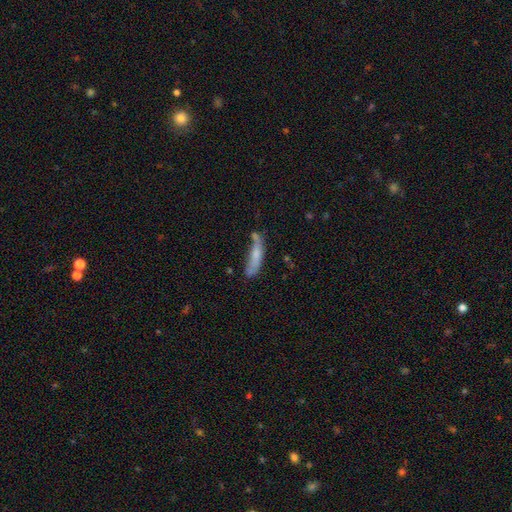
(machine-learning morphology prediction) This is likely a smooth galaxy (66%). How rounded: likely cigar-shaped (72%). Merging: marginally none (39%).